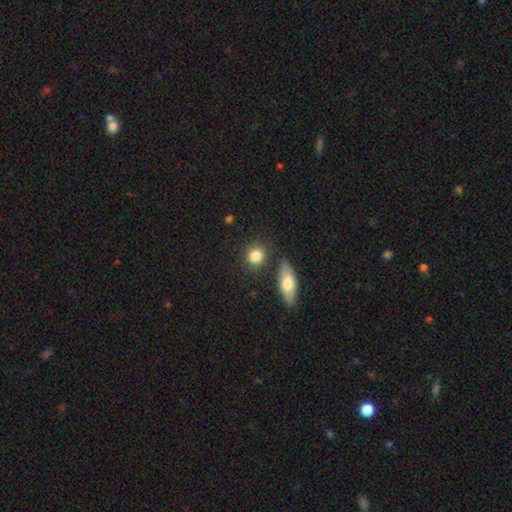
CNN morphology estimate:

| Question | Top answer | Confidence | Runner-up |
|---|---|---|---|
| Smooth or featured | smooth | 84% | star or artifact (8%) |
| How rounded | round | 76% | in between (21%) |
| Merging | none | 78% | minor disturbance (11%) |